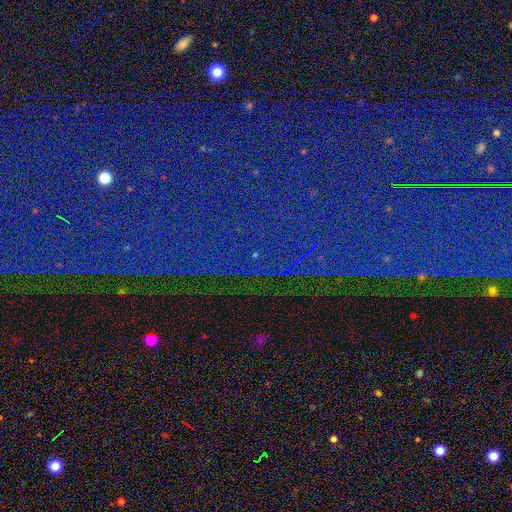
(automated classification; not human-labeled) Smooth or featured: star or artifact — 87% (featured or disk — 7%)